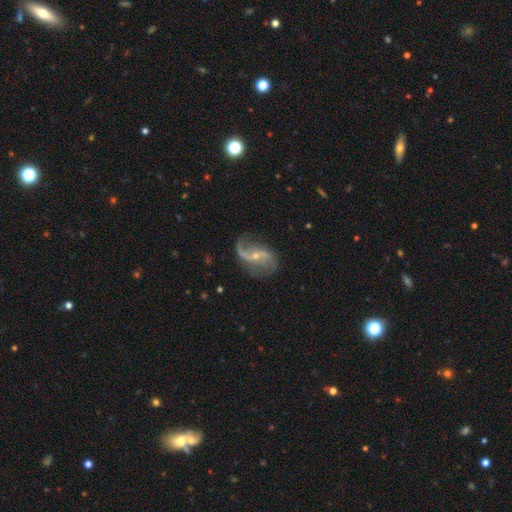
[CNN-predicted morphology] Smooth or featured? Predicted: featured or disk (p=0.88). Edge-on disk? Predicted: no (p=0.97). Bar? Predicted: no (p=0.40). Spiral arms? Predicted: yes (p=0.96). Spiral winding? Predicted: loose (p=0.73). Spiral arm count? Predicted: 2 (p=0.89). Bulge size? Predicted: small (p=0.69). Merging? Predicted: none (p=0.70).